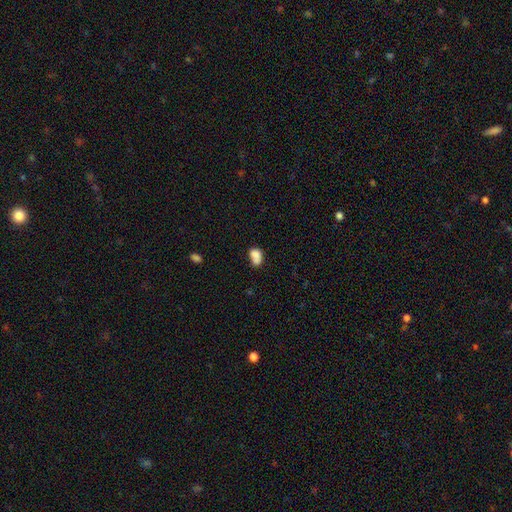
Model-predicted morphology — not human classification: Overall: smooth (78%). How rounded: in between (77%). Merging: merger (37%; none 31%).